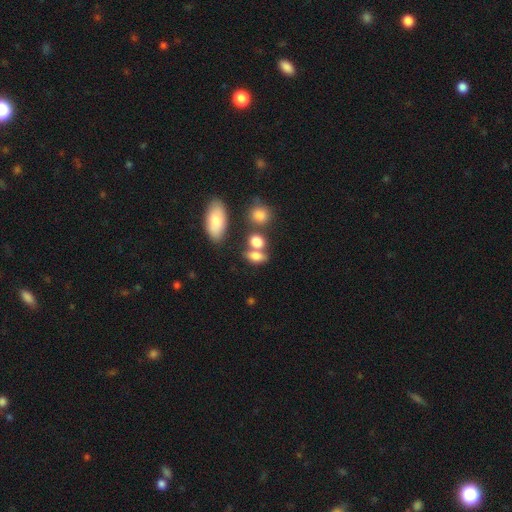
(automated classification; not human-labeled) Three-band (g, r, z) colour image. It shows a smooth galaxy with no disk features (76%) that is in between round and cigar-shaped (75%). Merging: none (44%).